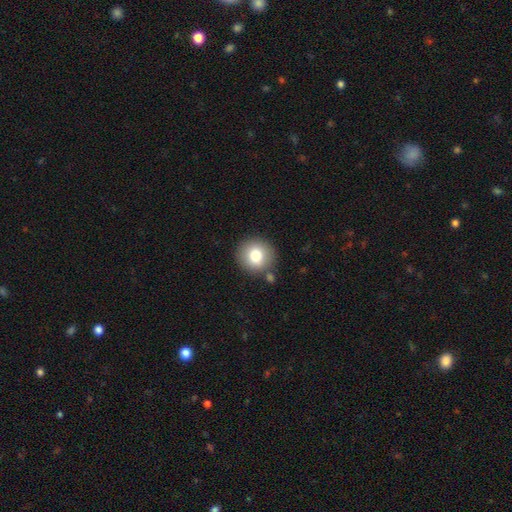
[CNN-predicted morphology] Q: Smooth or featured?
A: smooth (79%); runner-up: featured or disk (12%)
Q: How rounded?
A: round (92%); runner-up: in between (7%)
Q: Merging?
A: none (84%); runner-up: minor disturbance (8%)